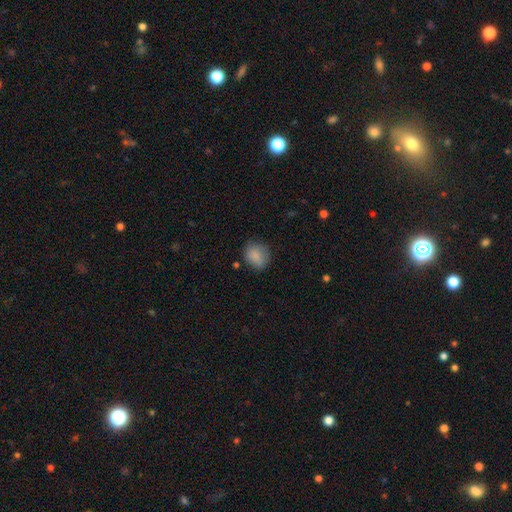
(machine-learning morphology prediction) smooth 85%, star or artifact 8%, featured or disk 6%. Down the decision tree: how rounded — round (58%); merging — none (72%).